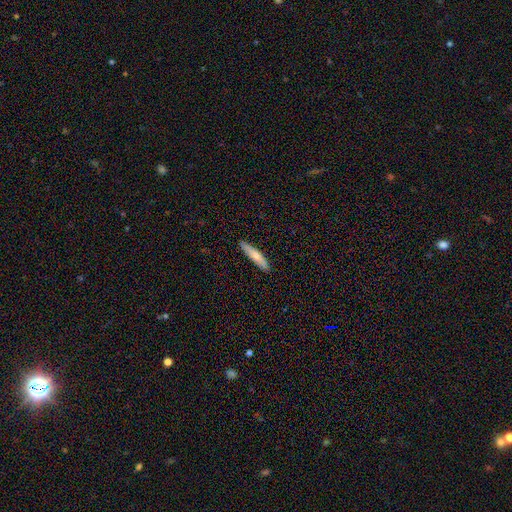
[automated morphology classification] Smooth or featured: smooth — 72% (featured or disk — 23%)
How rounded: cigar-shaped — 85% (in between — 14%)
Merging: none — 88% (minor disturbance — 10%)